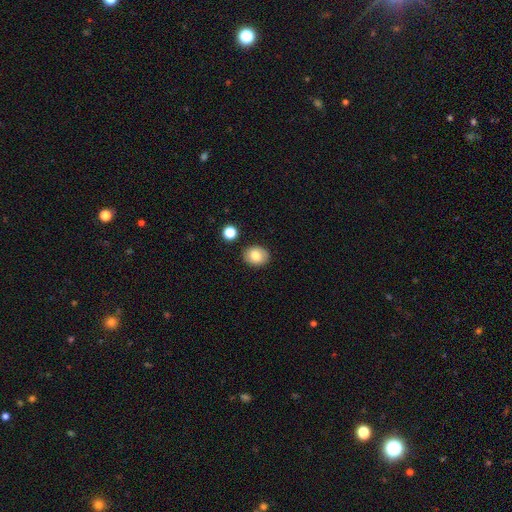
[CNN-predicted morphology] Overall: smooth (80%). How rounded: in between (52%; round 47%). Merging: none (87%).